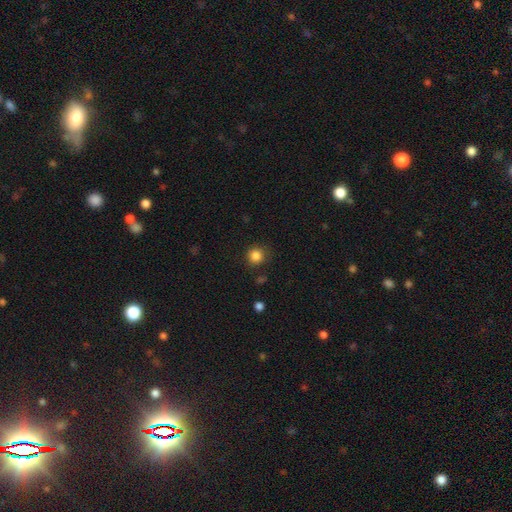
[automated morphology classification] Smooth or featured?
  - smooth: 85% *
  - star or artifact: 11%
  - featured or disk: 4%
How rounded?
  - round: 93% *
  - in between: 7%
  - cigar-shaped: 1%
Merging?
  - none: 86% *
  - minor disturbance: 9%
  - major disturbance: 3%
  - merger: 2%